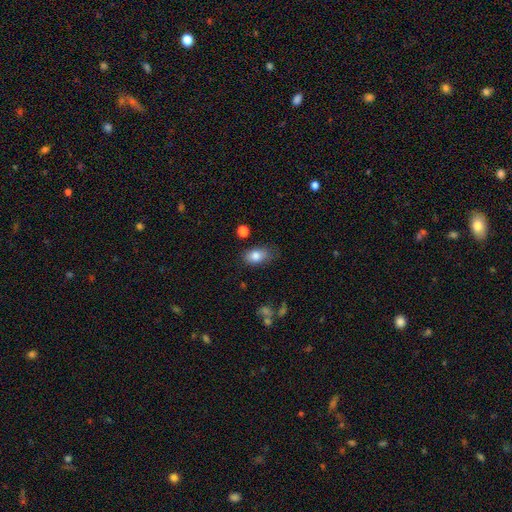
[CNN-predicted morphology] Overall: smooth (83%). How rounded: in between (87%). Merging: none (69%).